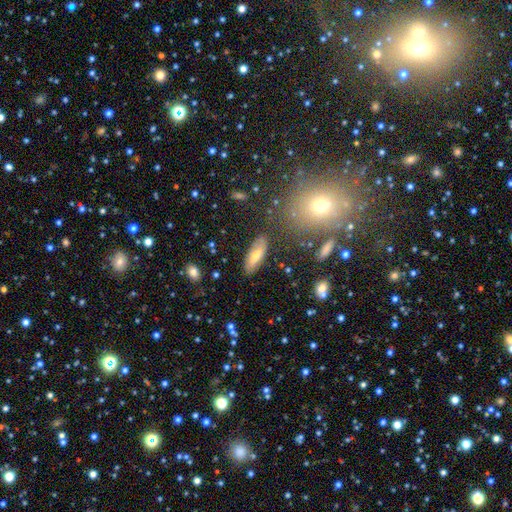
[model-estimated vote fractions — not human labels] Smooth or featured?
  - smooth: 48% *
  - featured or disk: 37%
  - star or artifact: 15%
Merging?
  - none: 81% *
  - minor disturbance: 12%
  - major disturbance: 4%
  - merger: 3%